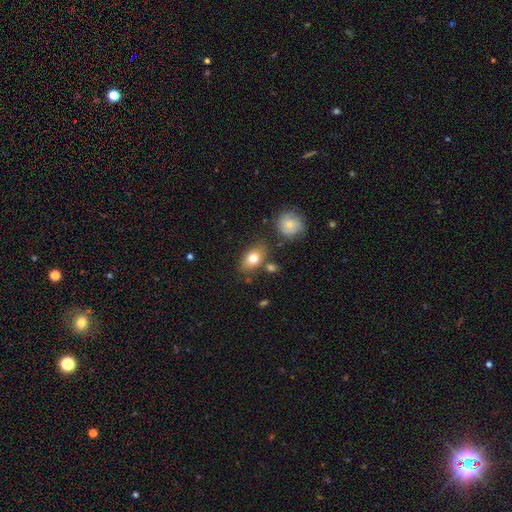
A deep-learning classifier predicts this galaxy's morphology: Q: Smooth or featured?
A: smooth (64%); runner-up: star or artifact (19%)
Q: How rounded?
A: in between (62%); runner-up: round (35%)
Q: Merging?
A: none (74%); runner-up: minor disturbance (12%)